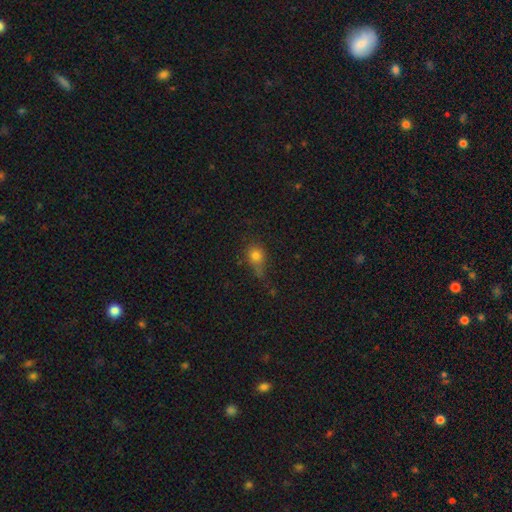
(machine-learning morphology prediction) Smooth or featured? Predicted: smooth (p=0.75). How rounded? Predicted: round (p=0.59). Merging? Predicted: none (p=0.45).